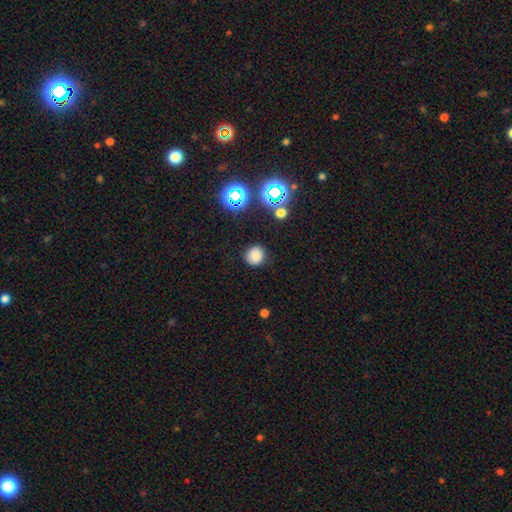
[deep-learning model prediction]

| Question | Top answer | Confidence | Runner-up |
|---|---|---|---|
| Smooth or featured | smooth | 77% | star or artifact (17%) |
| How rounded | round | 89% | in between (10%) |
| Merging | none | 85% | minor disturbance (10%) |